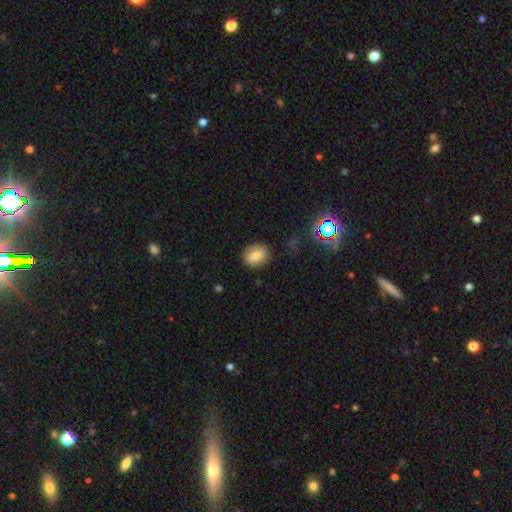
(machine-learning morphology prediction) smooth 79%, featured or disk 11%, star or artifact 11%. Down the decision tree: how rounded — round (59%); merging — none (85%).